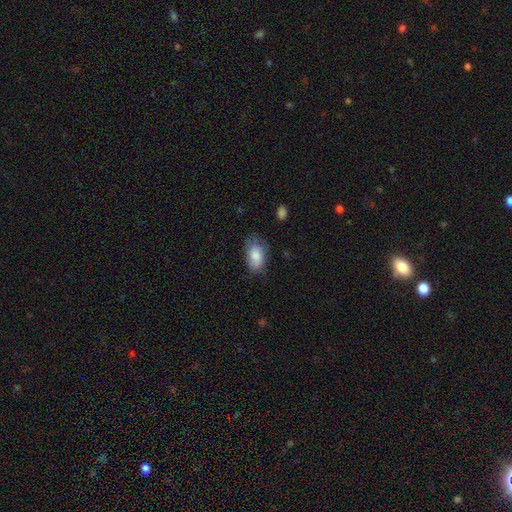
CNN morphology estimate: Smooth or featured: smooth — 76% (featured or disk — 17%)
How rounded: in between — 92% (round — 6%)
Merging: none — 59% (minor disturbance — 30%)